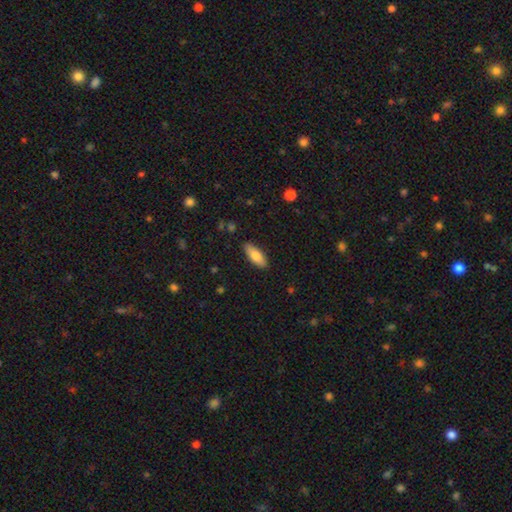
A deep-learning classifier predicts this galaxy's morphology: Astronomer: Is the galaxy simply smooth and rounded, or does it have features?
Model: smooth — 80%.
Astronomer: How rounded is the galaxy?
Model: in between — 73%.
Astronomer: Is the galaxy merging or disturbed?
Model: none — 87%.